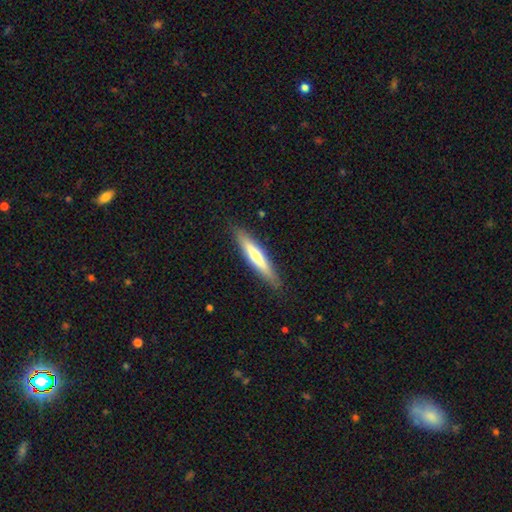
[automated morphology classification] smooth-or-featured: smooth: 51% | featured or disk: 43% | star or artifact: 5%
  how-rounded: cigar-shaped: 90% | in between: 9% | round: 1%
  merging: none: 89% | minor disturbance: 9% | major disturbance: 2% | merger: 1%